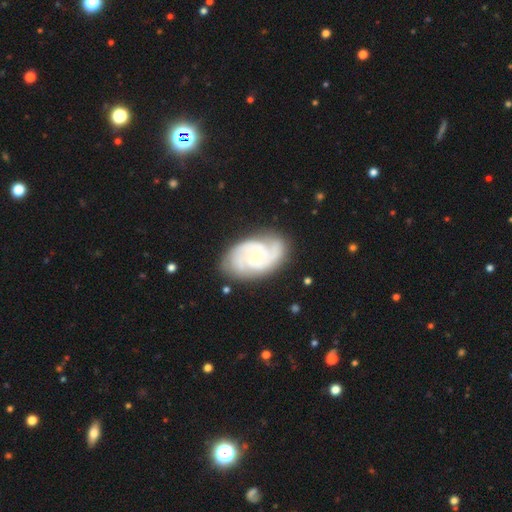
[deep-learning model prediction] This appears to be a featured or disk galaxy (83%) with no bar (69%), 3 (36%) tight (61%) spiral arms (97%) and a small central bulge (69%). Merging: none (77%).